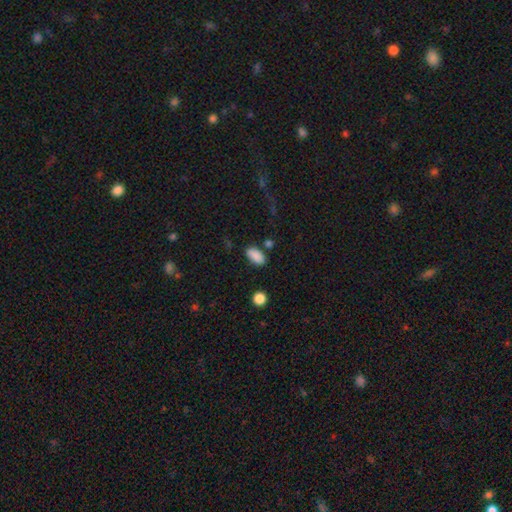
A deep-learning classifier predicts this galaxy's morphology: Smooth or featured? Predicted: smooth (p=0.87). How rounded? Predicted: in between (p=0.91). Merging? Predicted: none (p=0.77).